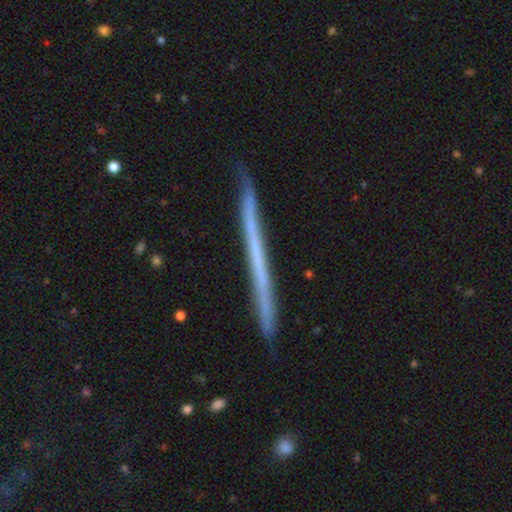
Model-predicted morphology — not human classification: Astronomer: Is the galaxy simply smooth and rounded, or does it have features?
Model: featured or disk — 55% (runner-up: smooth, 39%).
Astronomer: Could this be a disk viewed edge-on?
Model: yes — 97%.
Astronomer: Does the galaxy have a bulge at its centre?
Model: none — 95%.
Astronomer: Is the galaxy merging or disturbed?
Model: none — 90%.